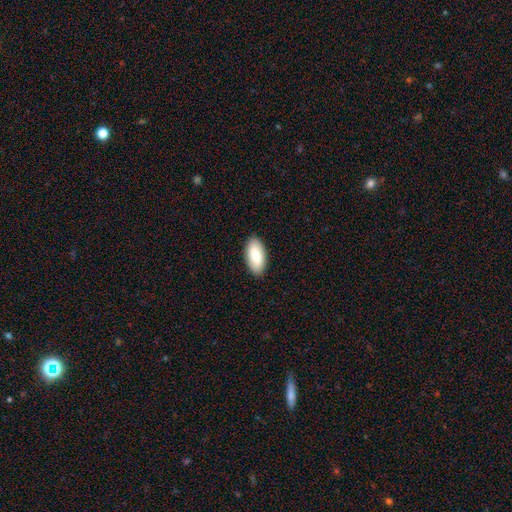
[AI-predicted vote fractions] Morphology: type=smooth (77%); roundness=in between (92%); merging=none (89%).